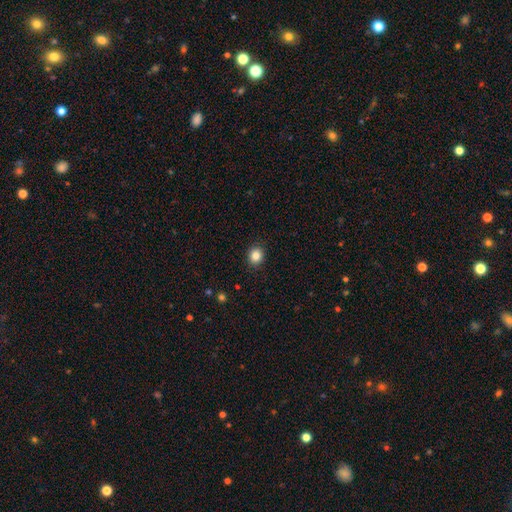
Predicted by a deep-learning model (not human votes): A smooth galaxy with no disk features (85%) that is round (76%).

Vote fractions:
- Smooth or featured? smooth: 85% / star or artifact: 10% / featured or disk: 5%
- How rounded? round: 76% / in between: 24% / cigar-shaped: 1%
- Merging? none: 90% / minor disturbance: 7% / major disturbance: 2% / merger: 1%